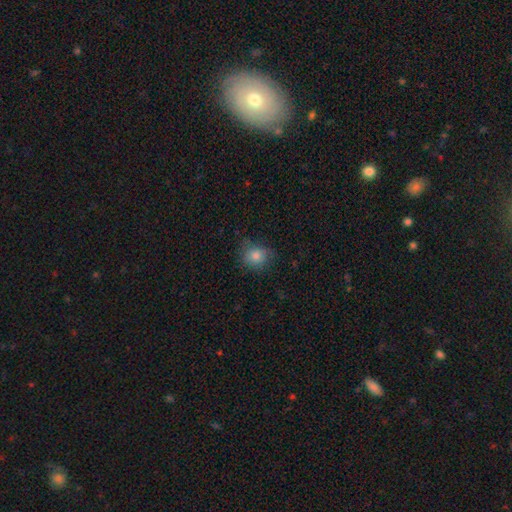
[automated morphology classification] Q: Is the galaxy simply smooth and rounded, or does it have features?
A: smooth — 81%.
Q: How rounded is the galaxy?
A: round — 74%.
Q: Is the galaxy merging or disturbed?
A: none — 74%.